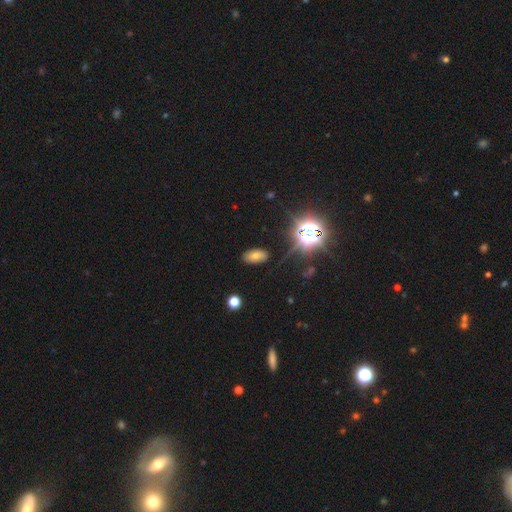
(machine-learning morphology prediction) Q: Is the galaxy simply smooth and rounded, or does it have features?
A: smooth — 61%.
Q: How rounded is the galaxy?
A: in between — 92%.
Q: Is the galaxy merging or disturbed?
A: none — 84%.